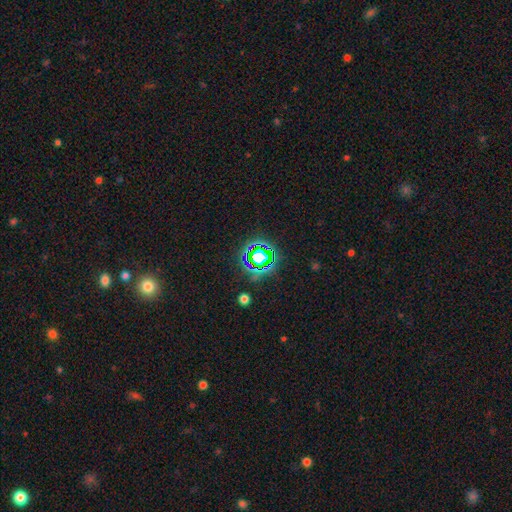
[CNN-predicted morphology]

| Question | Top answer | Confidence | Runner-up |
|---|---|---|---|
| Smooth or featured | star or artifact | 68% | smooth (20%) |